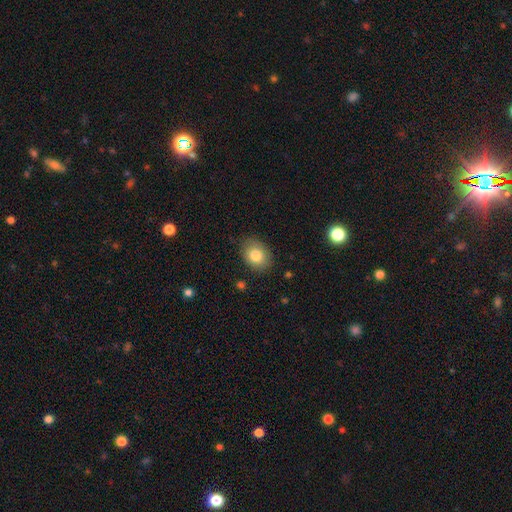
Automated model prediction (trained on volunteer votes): Q: Smooth or featured?
A: smooth (81%); runner-up: featured or disk (10%)
Q: How rounded?
A: in between (61%); runner-up: round (38%)
Q: Merging?
A: none (84%); runner-up: minor disturbance (12%)